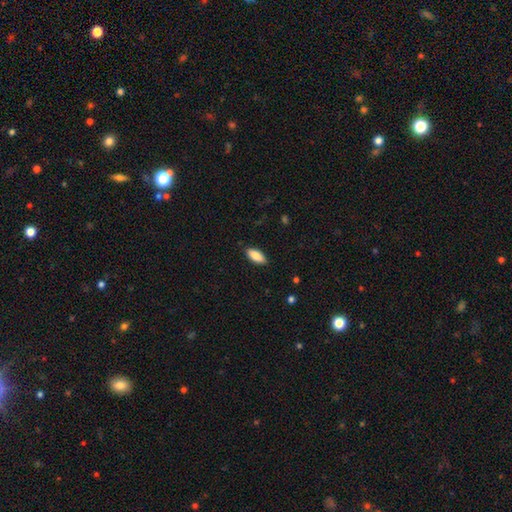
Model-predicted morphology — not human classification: smooth 86%, featured or disk 8%, star or artifact 6%. Down the decision tree: how rounded — in between (85%); merging — none (88%).